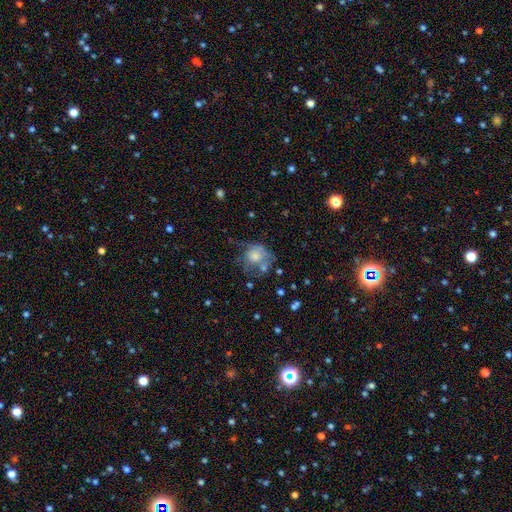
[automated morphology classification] This is possibly a smooth galaxy (60%). How rounded: likely round (70%). Merging: marginally none (31%).